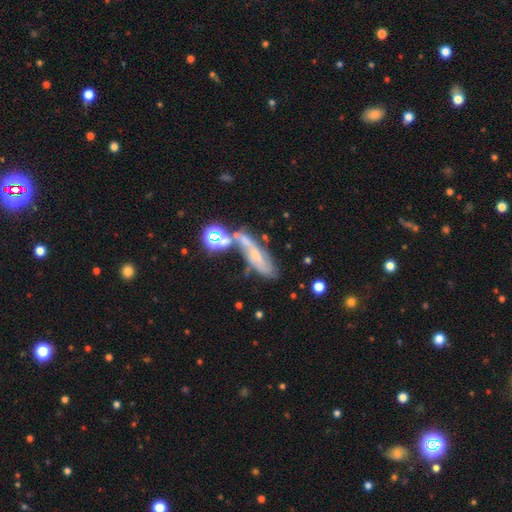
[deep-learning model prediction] A featured or disk galaxy (55%).

Vote fractions:
- Smooth or featured? featured or disk: 55% / smooth: 29% / star or artifact: 16%
- Edge-on disk? no: 72% / yes: 28%
- Merging? merger: 33% (tied) / none: 33% (tied) / minor disturbance: 19% / major disturbance: 16%